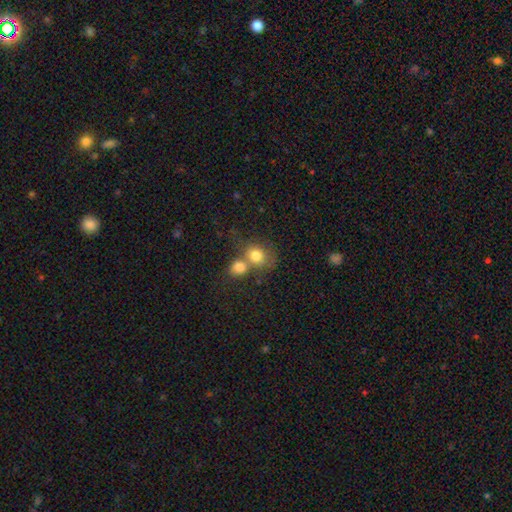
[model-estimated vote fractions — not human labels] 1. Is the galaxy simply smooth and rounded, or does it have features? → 79% smooth, 11% featured or disk, 10% star or artifact.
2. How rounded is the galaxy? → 66% round, 33% in between, 1% cigar-shaped.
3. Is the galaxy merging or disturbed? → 54% merger, 32% none, 9% minor disturbance, 5% major disturbance.